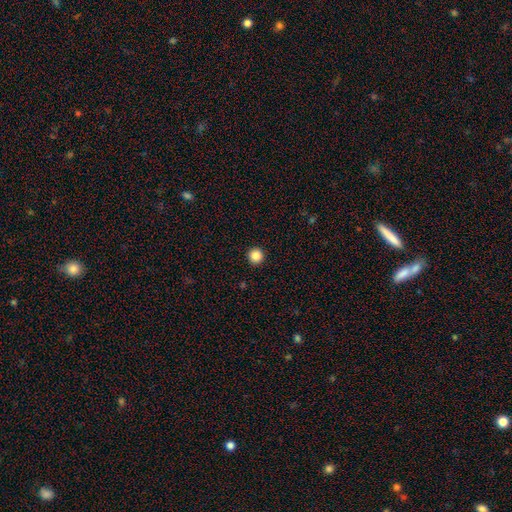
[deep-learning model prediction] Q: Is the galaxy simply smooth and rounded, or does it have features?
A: smooth — 86%.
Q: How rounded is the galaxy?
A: round — 97%.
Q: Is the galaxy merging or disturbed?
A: none — 94%.